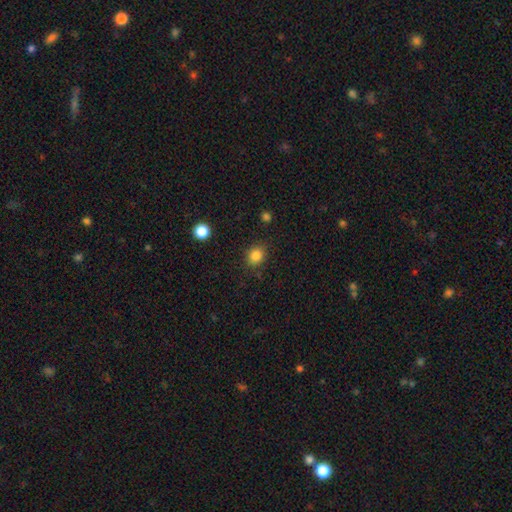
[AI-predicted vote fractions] smooth-or-featured: smooth: 84% | star or artifact: 11% | featured or disk: 5%
  how-rounded: round: 60% | in between: 39% | cigar-shaped: 1%
  merging: none: 84% | minor disturbance: 11% | major disturbance: 3% | merger: 2%